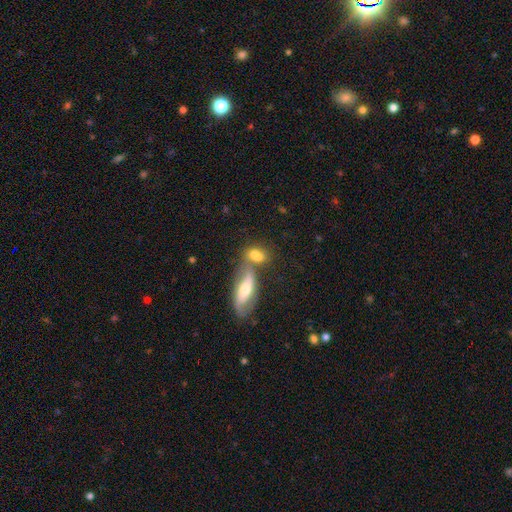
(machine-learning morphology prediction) The model was most divided on "merging": merger: 48%, none: 35%, minor disturbance: 11%, major disturbance: 5%. More confident: how rounded — in between (73%); smooth or featured — smooth (69%).